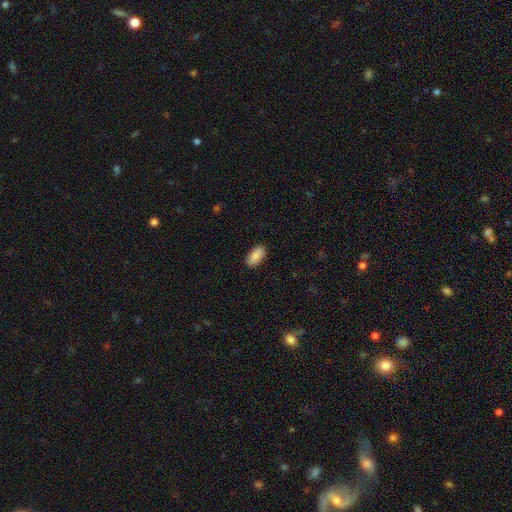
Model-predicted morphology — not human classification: smooth 89%, star or artifact 6%, featured or disk 5%. Down the decision tree: how rounded — in between (93%); merging — none (89%).